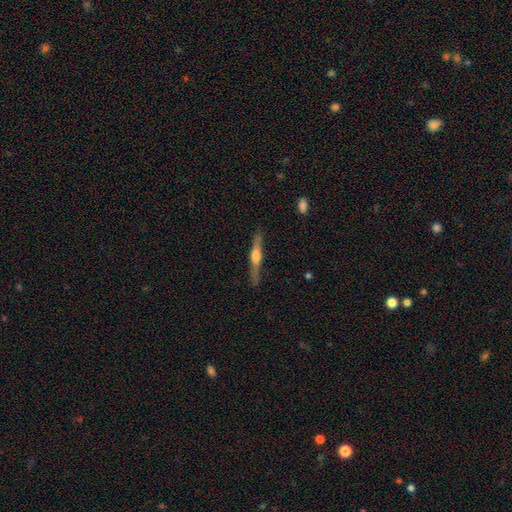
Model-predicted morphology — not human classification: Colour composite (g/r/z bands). It shows a featured or disk galaxy (69%) viewed edge-on (97%) with a rounded central bulge (88%). Merging: none (87%).